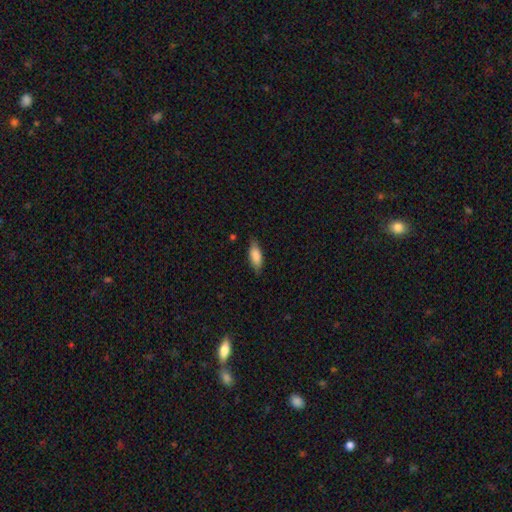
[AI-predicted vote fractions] A smooth galaxy with no disk features (84%) that is in between round and cigar-shaped (75%).

Vote fractions:
- Smooth or featured? smooth: 84% / featured or disk: 10% / star or artifact: 6%
- How rounded? in between: 75% / cigar-shaped: 23% / round: 2%
- Merging? none: 79% / minor disturbance: 17% / major disturbance: 3% / merger: 1%